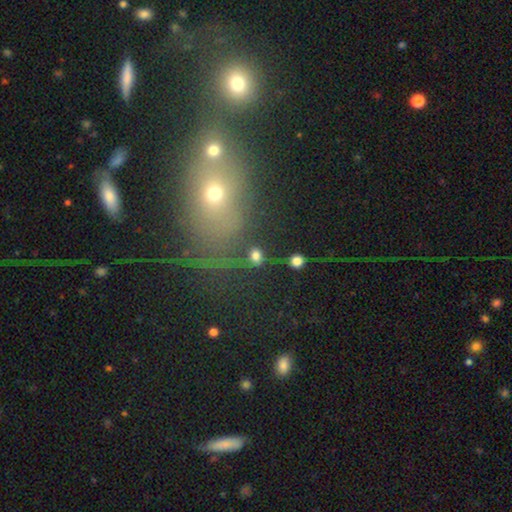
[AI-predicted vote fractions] smooth_or_featured: smooth (p=0.76) [alt: star or artifact p=0.15]
how_rounded: round (p=0.63) [alt: in between p=0.34]
merging: none (p=0.66) [alt: minor disturbance p=0.15]